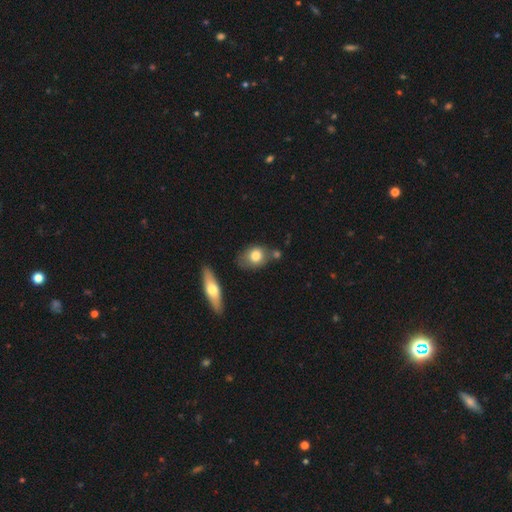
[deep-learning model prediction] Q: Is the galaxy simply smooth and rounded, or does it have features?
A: smooth — 77%.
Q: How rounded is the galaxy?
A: in between — 57%.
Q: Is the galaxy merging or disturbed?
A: none — 59%.